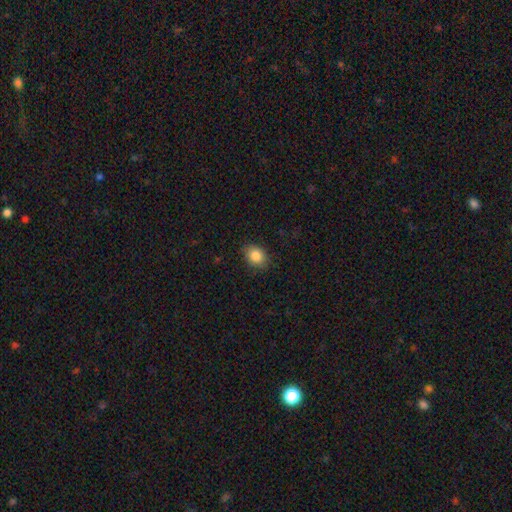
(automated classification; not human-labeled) A smooth galaxy with no disk features (85%) that is in between round and cigar-shaped (54%). Merging: none (86%).